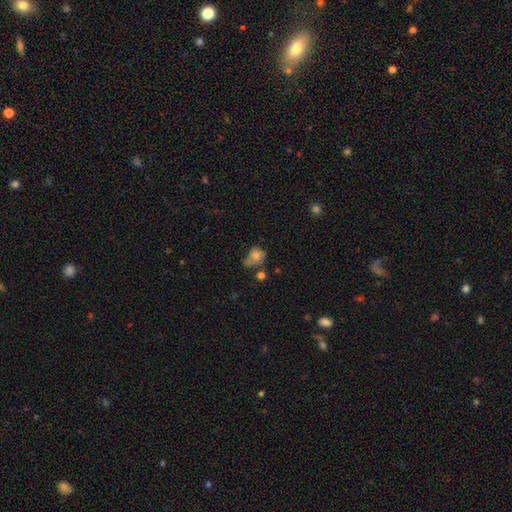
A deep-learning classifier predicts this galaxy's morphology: Smooth or featured? smooth (70%)
How rounded? round (70%)
Merging? none (41%)